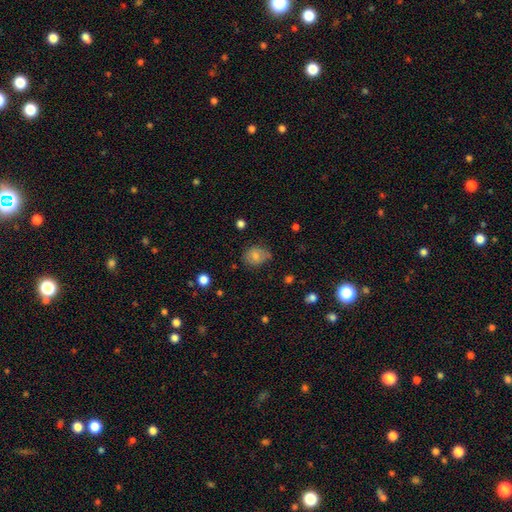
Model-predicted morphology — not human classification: smooth-or-featured: smooth: 76% | featured or disk: 14% | star or artifact: 10%
  how-rounded: round: 53% | in between: 46% | cigar-shaped: 1%
  merging: none: 60% | minor disturbance: 30% | major disturbance: 8% | merger: 2%